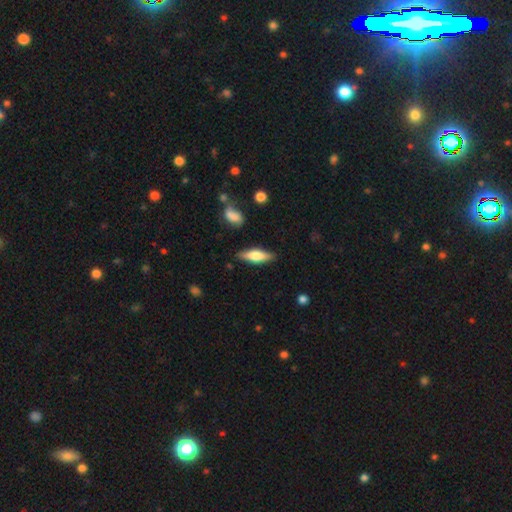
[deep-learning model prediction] Smooth or featured? smooth (56%)
How rounded? cigar-shaped (49%)
Merging? none (85%)